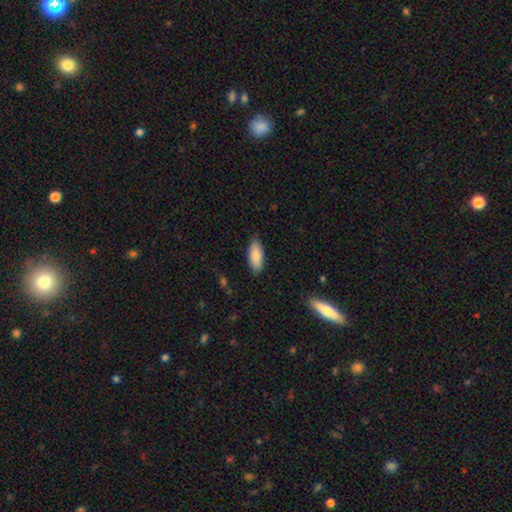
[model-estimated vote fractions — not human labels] Smooth or featured?
  - smooth: 87% *
  - featured or disk: 7%
  - star or artifact: 6%
How rounded?
  - in between: 83% *
  - cigar-shaped: 15%
  - round: 2%
Merging?
  - none: 84% *
  - minor disturbance: 12%
  - major disturbance: 2%
  - merger: 1%